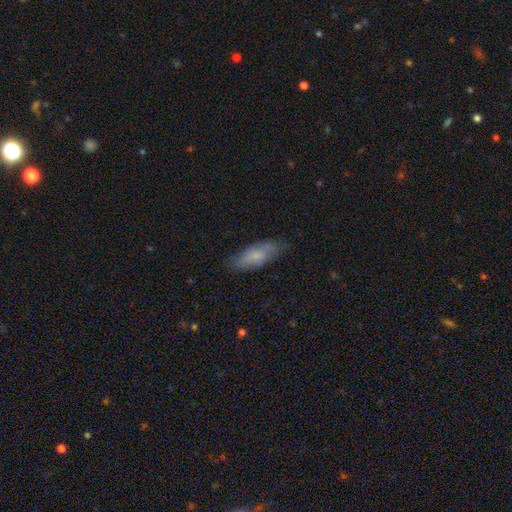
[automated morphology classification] The model was most divided on "how rounded": in between: 68%, cigar-shaped: 30%, round: 2%. More confident: merging — none (74%); smooth or featured — smooth (68%).